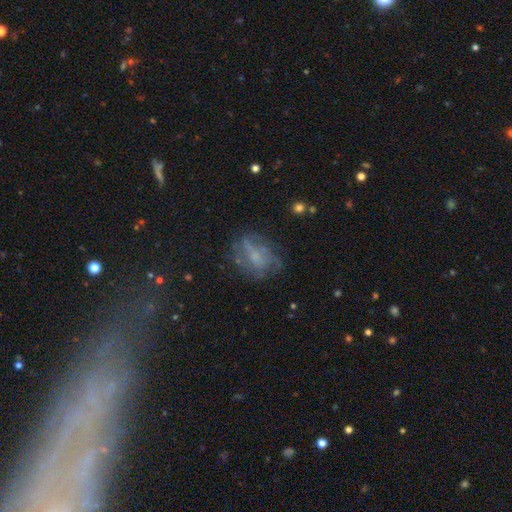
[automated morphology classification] Q: Smooth or featured?
A: featured or disk (53%); runner-up: smooth (32%)
Q: Edge-on disk?
A: no (95%); runner-up: yes (5%)
Q: Bar?
A: no (59%); runner-up: weak (33%)
Q: Spiral arms?
A: yes (61%); runner-up: no (39%)
Q: Bulge size?
A: small (40%); runner-up: none (28%)
Q: Merging?
A: none (58%); runner-up: minor disturbance (22%)